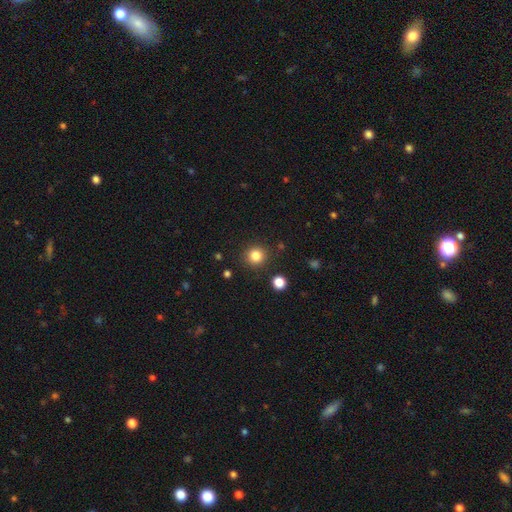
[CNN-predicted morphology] type=smooth (83%); roundness=round (92%); merging=none (88%).